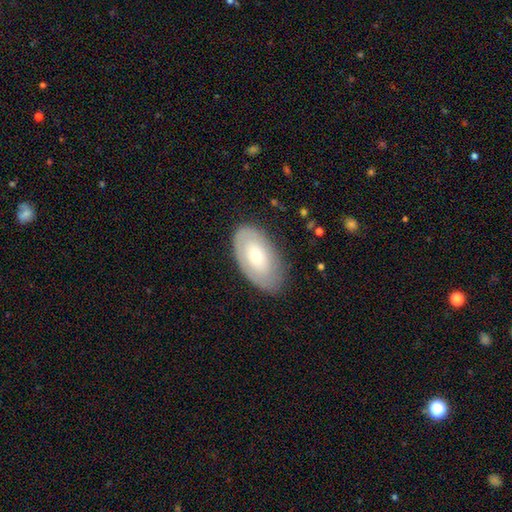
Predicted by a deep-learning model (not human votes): Smooth or featured? smooth (53%)
How rounded? in between (93%)
Merging? none (78%)